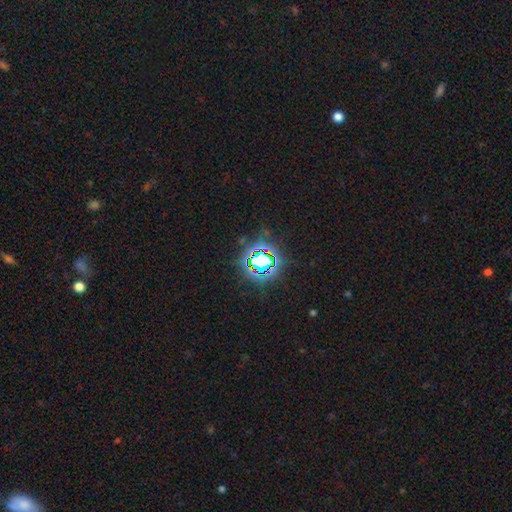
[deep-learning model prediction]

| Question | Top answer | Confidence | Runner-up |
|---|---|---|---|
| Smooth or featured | star or artifact | 75% | smooth (15%) |